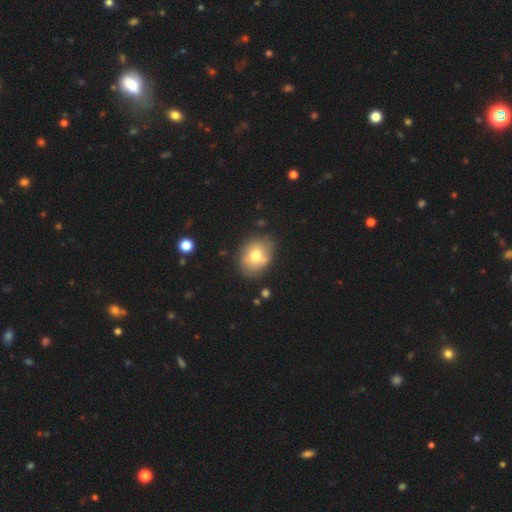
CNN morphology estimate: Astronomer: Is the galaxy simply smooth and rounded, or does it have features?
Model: smooth — 66%.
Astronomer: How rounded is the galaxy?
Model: in between — 57% (runner-up: round, 42%).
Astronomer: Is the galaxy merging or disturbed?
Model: none — 72%.